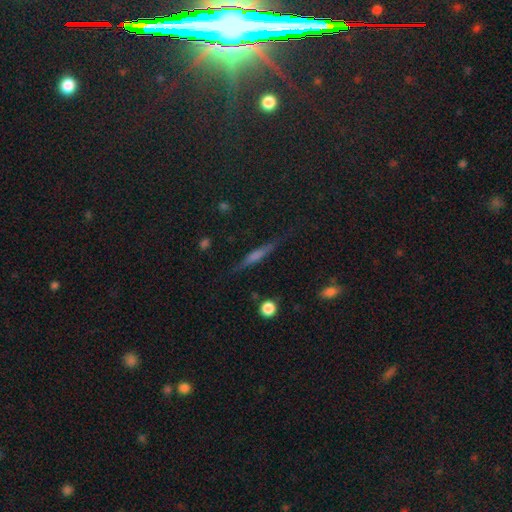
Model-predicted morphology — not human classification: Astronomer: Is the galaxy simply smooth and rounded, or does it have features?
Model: featured or disk — 52% (runner-up: smooth, 35%).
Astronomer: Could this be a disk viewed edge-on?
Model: yes — 95%.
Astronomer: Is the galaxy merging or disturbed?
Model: none — 81%.